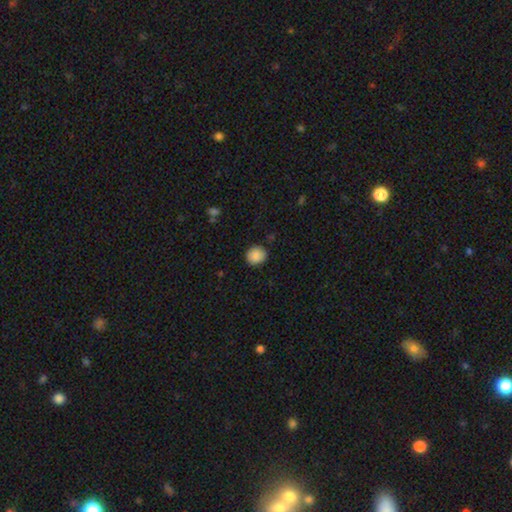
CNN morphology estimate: Overall: smooth (88%). How rounded: round (83%). Merging: none (86%).